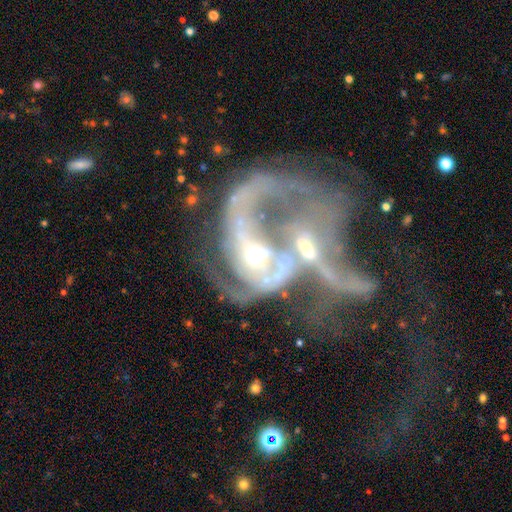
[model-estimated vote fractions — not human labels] Smooth or featured: featured or disk — 81% (smooth — 10%)
Edge-on disk: no — 96% (yes — 4%)
Bar: no — 55% (weak — 25%)
Spiral arms: yes — 71% (no — 29%)
Spiral winding: loose — 52% (medium — 32%)
Spiral arm count: 2 — 44% (can't tell — 23%)
Bulge size: moderate — 54% (small — 31%)
Merging: merger — 70% (major disturbance — 19%)